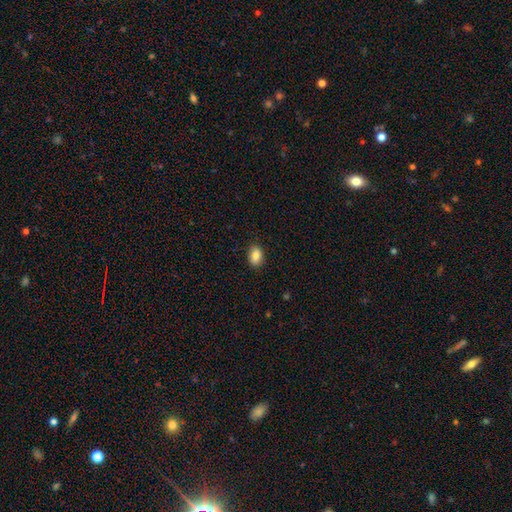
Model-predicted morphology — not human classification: Smooth or featured? Predicted: smooth (p=0.88). How rounded? Predicted: in between (p=0.86). Merging? Predicted: none (p=0.88).